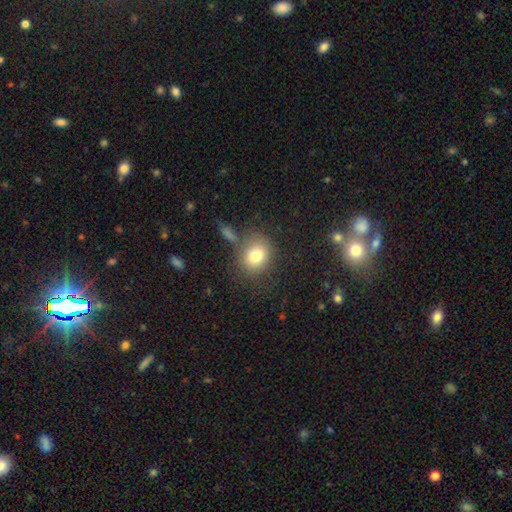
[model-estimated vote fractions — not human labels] Overall: smooth (78%). How rounded: round (77%). Merging: none (73%).